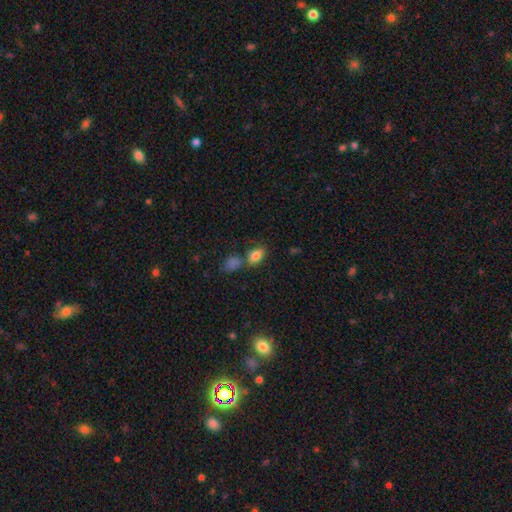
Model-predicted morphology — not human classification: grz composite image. It shows a smooth galaxy with no disk features (82%) that is in between round and cigar-shaped (87%). Merging: none (61%).